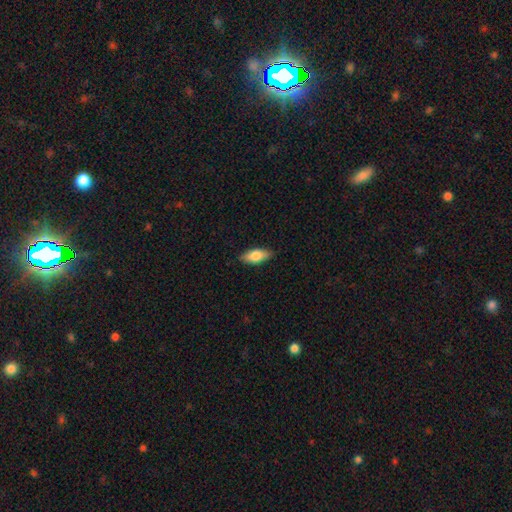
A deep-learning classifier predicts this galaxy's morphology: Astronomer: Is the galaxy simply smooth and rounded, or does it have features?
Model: smooth — 78%.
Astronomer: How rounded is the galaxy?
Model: in between — 80%.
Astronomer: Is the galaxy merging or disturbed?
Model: none — 87%.